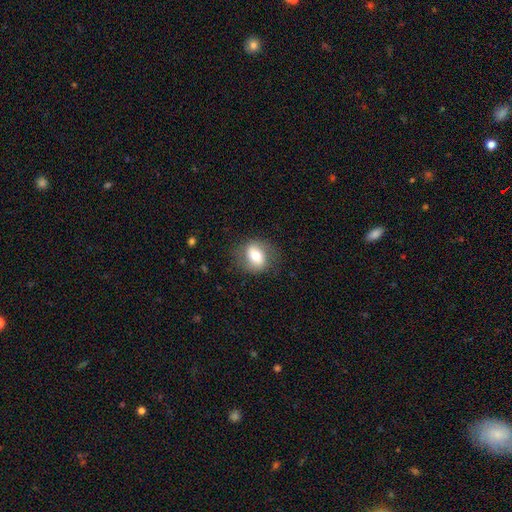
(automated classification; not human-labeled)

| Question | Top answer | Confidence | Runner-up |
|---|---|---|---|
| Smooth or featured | smooth | 63% | featured or disk (29%) |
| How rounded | in between | 57% | round (41%) |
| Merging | none | 76% | minor disturbance (16%) |